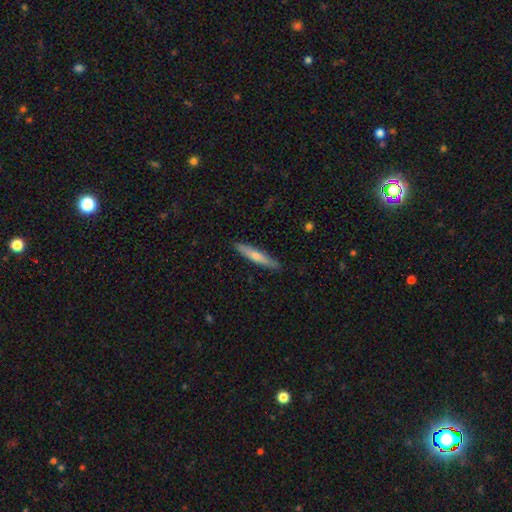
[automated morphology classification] smooth-or-featured: smooth: 56% | featured or disk: 38% | star or artifact: 6%
  how-rounded: cigar-shaped: 92% | in between: 7% | round: 1%
  merging: none: 90% | minor disturbance: 8% | major disturbance: 1% | merger: 1%